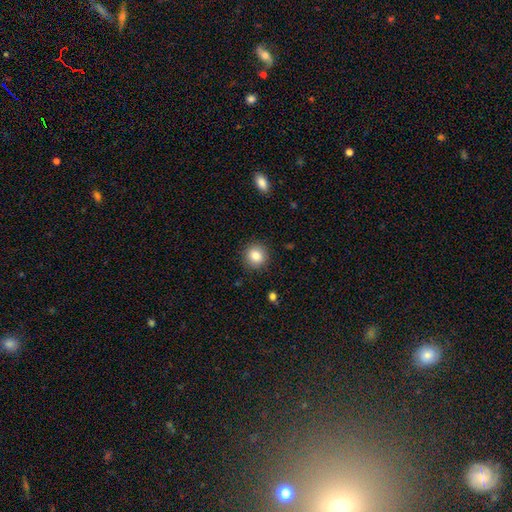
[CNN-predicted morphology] smooth_or_featured: smooth (p=0.84) [alt: star or artifact p=0.10]
how_rounded: round (p=0.89) [alt: in between p=0.10]
merging: none (p=0.89) [alt: minor disturbance p=0.07]